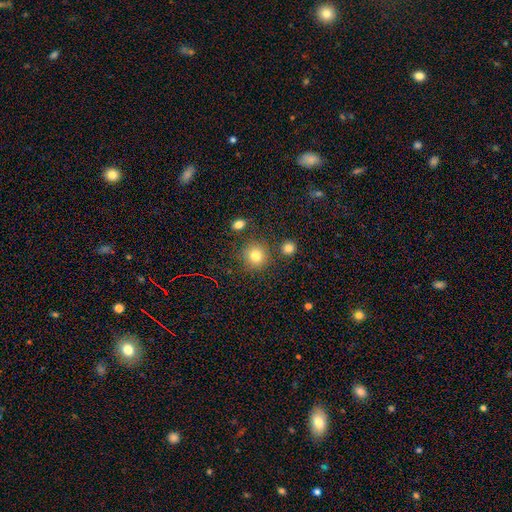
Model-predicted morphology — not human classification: type=smooth (79%); roundness=round (92%); merging=none (83%).